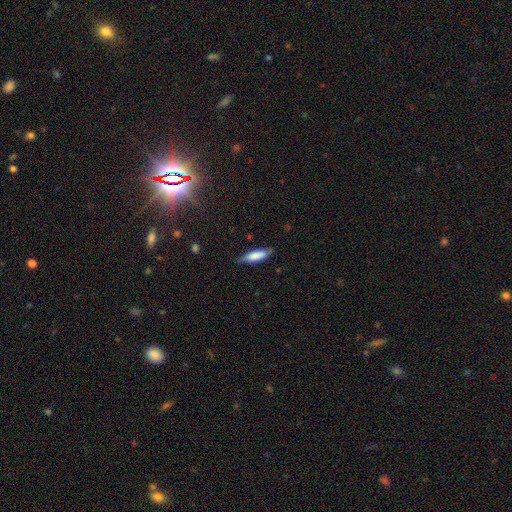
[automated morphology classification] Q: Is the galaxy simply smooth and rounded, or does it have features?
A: smooth — 73%.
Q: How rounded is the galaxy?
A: cigar-shaped — 56%.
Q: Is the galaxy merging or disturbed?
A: none — 68%.